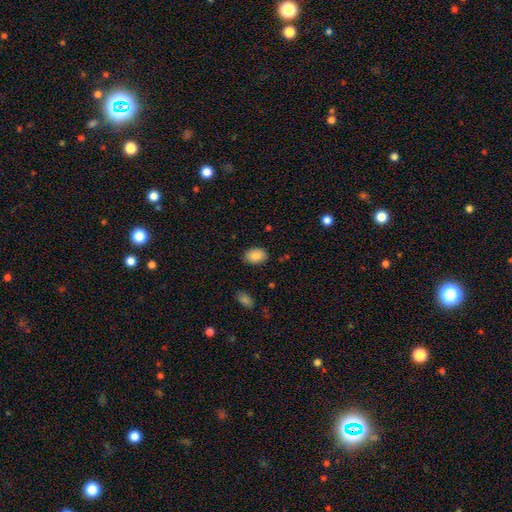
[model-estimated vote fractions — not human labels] This appears to be a smooth galaxy with no disk features (86%) that is in between round and cigar-shaped (85%). Merging: none (85%).